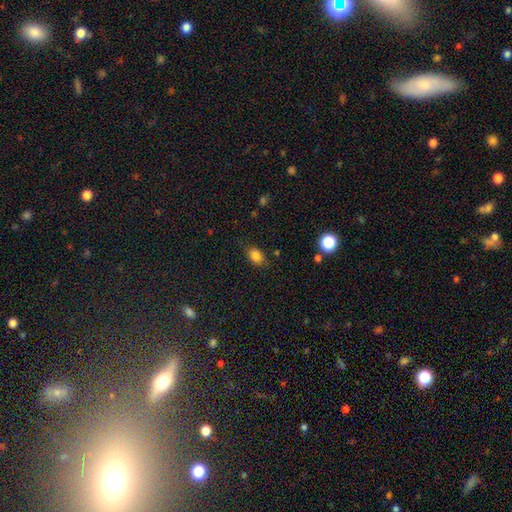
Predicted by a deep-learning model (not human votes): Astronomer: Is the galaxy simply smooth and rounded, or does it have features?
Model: smooth — 83%.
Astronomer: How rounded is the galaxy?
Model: in between — 72%.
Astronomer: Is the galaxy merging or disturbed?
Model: none — 74%.